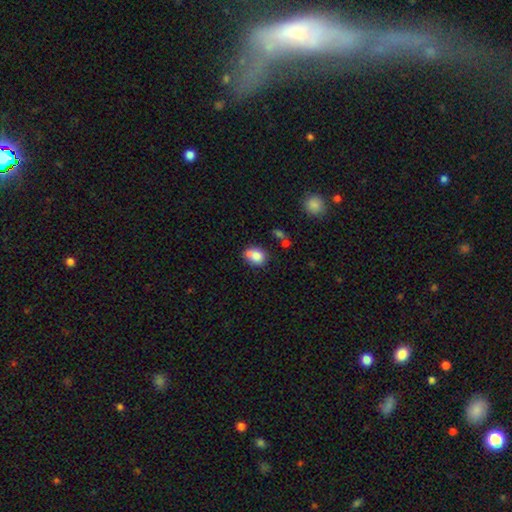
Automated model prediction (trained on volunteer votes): Morphology: type=smooth (78%); roundness=round (56%); merging=none (44%).